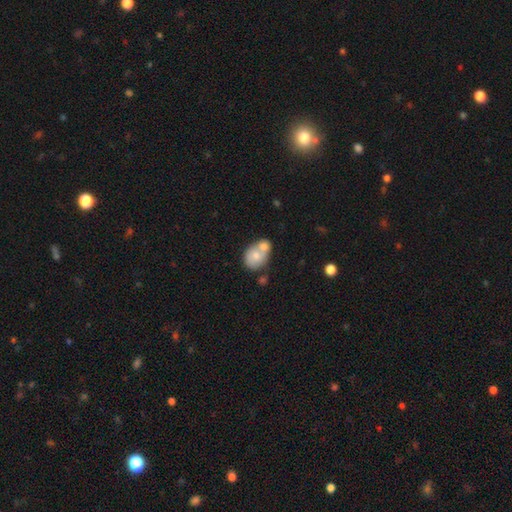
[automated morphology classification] Smooth or featured? Predicted: smooth (p=0.63). How rounded? Predicted: in between (p=0.53). Merging? Predicted: merger (p=0.65).